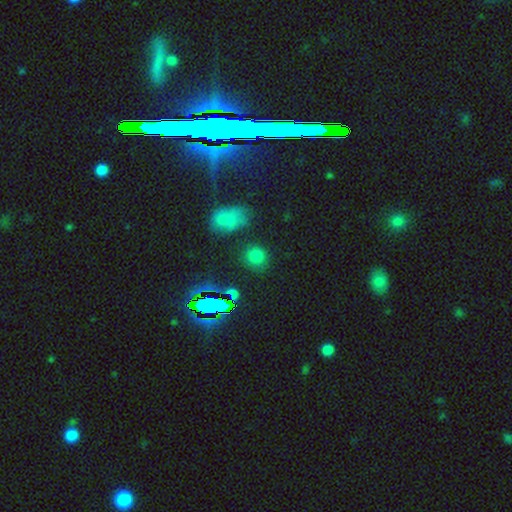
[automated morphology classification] Smooth or featured? Predicted: smooth (p=0.69). How rounded? Predicted: round (p=0.85). Merging? Predicted: none (p=0.81).